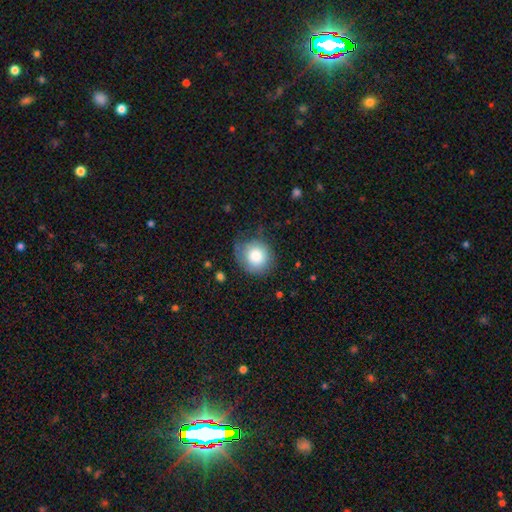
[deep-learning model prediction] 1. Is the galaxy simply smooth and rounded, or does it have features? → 80% smooth, 12% featured or disk, 8% star or artifact.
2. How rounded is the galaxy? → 86% round, 13% in between, 1% cigar-shaped.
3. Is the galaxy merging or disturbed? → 66% none, 24% minor disturbance, 9% major disturbance, 2% merger.